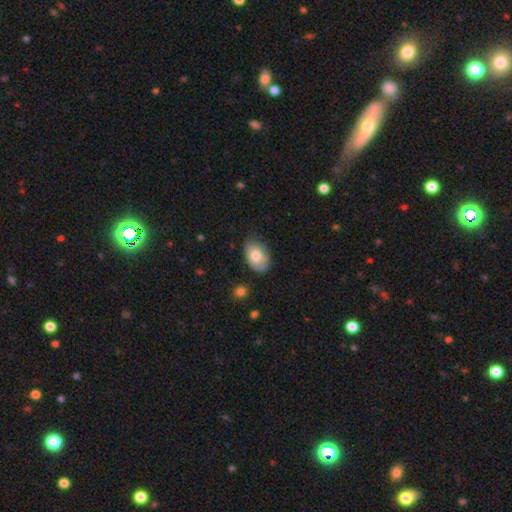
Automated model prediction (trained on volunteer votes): smooth_or_featured: smooth (p=0.75) [alt: featured or disk p=0.18]
how_rounded: in between (p=0.87) [alt: round p=0.12]
merging: none (p=0.72) [alt: minor disturbance p=0.22]